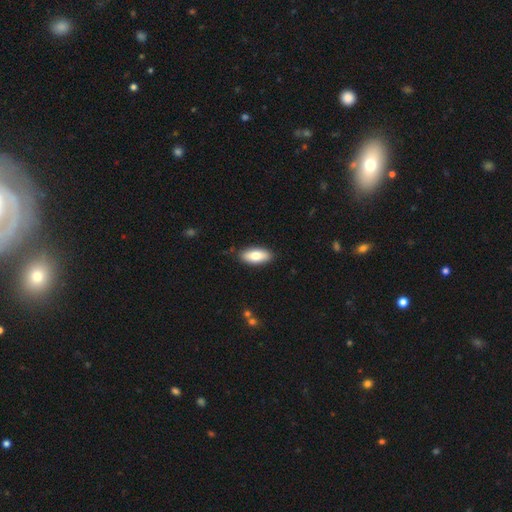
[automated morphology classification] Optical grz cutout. It shows a smooth galaxy with no disk features (79%) that is in between round and cigar-shaped (86%). Merging: none (87%).